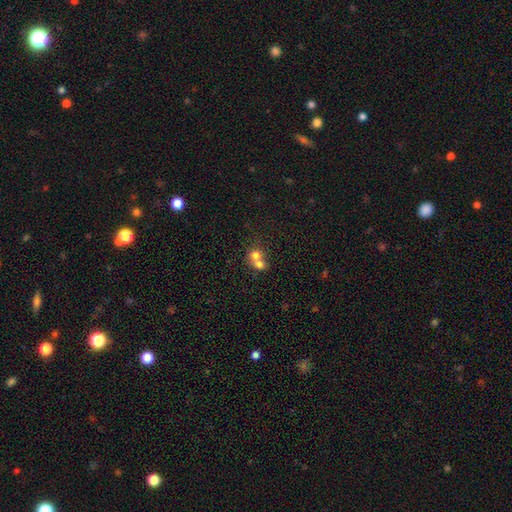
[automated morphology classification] type=smooth (73%); roundness=round (74%); merging=merger (68%).